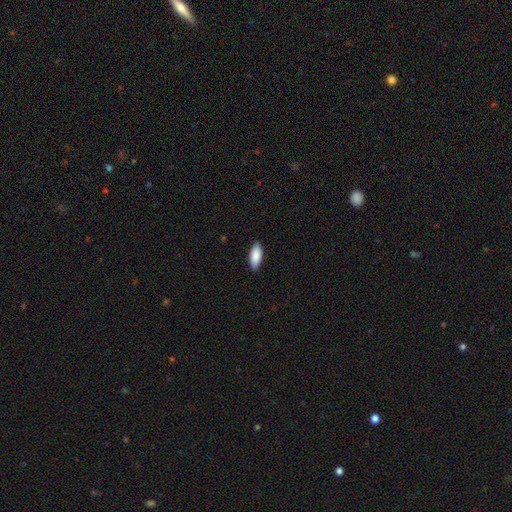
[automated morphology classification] Q: Smooth or featured?
A: smooth (88%); runner-up: featured or disk (6%)
Q: How rounded?
A: in between (79%); runner-up: cigar-shaped (19%)
Q: Merging?
A: none (88%); runner-up: minor disturbance (9%)